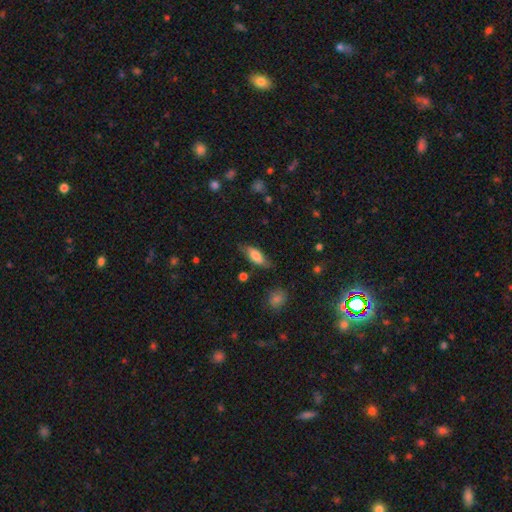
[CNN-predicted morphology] Smooth or featured? smooth (71%)
How rounded? in between (73%)
Merging? none (68%)